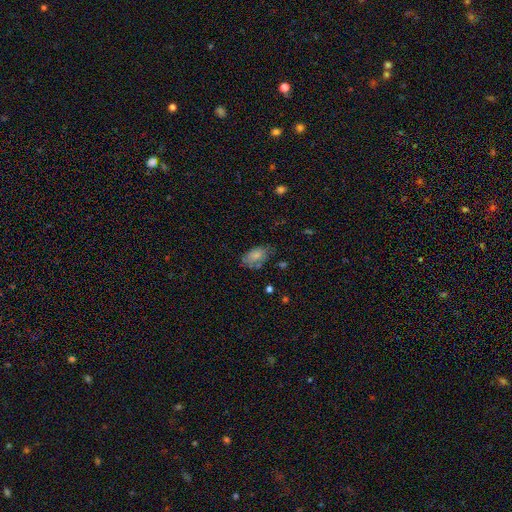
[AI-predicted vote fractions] Smooth or featured: smooth — 71% (featured or disk — 20%)
How rounded: in between — 90% (round — 8%)
Merging: none — 51% (minor disturbance — 32%)